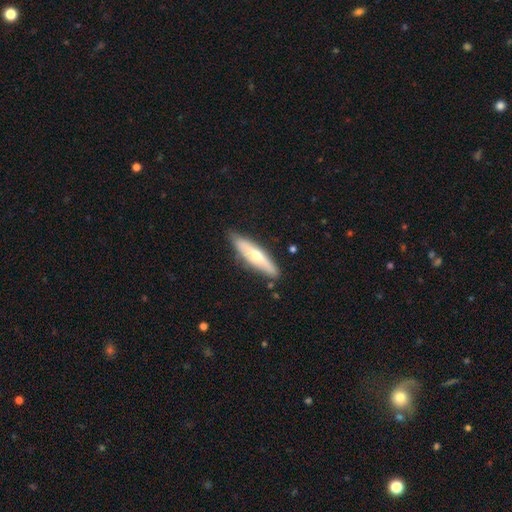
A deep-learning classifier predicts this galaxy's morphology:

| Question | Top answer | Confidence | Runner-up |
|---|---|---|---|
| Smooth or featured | smooth | 48% | featured or disk (46%) |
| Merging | none | 82% | minor disturbance (14%) |